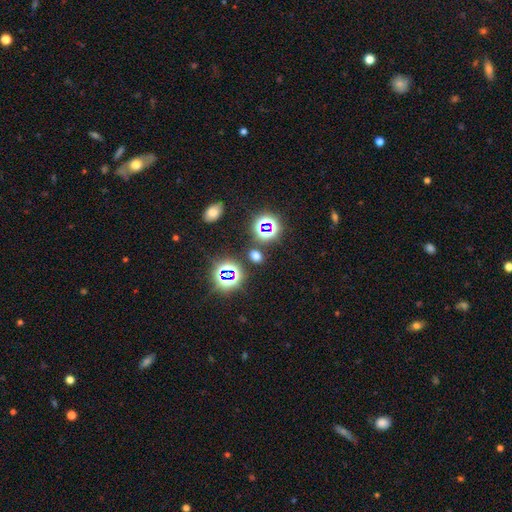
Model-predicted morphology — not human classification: This is possibly a smooth galaxy (49%). Merging: clearly none (80%).